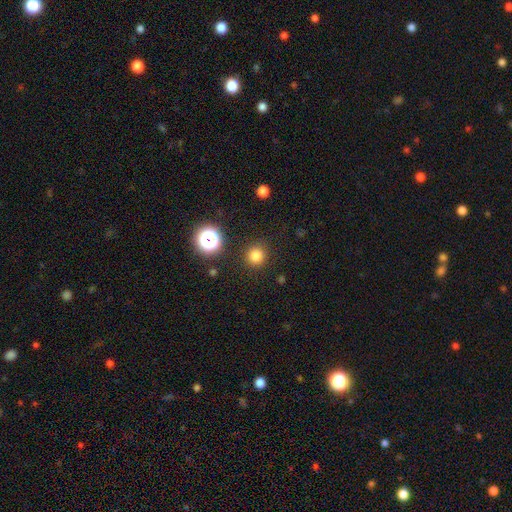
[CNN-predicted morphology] The model was most divided on "smooth or featured": smooth: 80%, star or artifact: 15%, featured or disk: 4%. More confident: how rounded — round (94%); merging — none (90%).